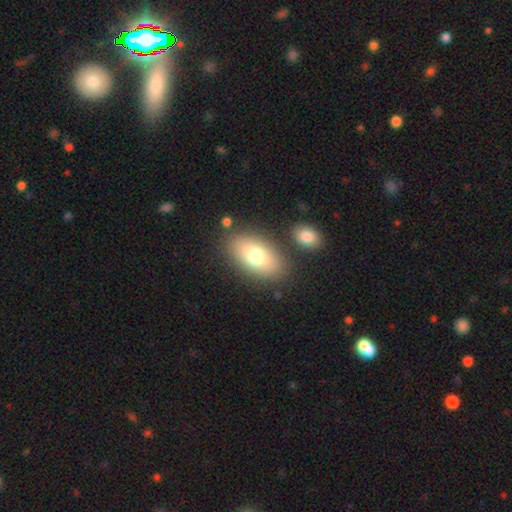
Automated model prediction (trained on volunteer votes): A smooth galaxy with no disk features (74%) that is in between round and cigar-shaped (90%).

Vote fractions:
- Smooth or featured? smooth: 74% / featured or disk: 17% / star or artifact: 9%
- How rounded? in between: 90% / round: 7% / cigar-shaped: 2%
- Merging? none: 81% / minor disturbance: 10% / merger: 6% / major disturbance: 4%